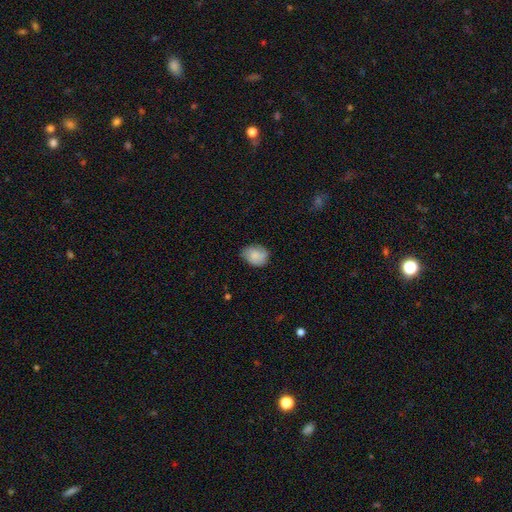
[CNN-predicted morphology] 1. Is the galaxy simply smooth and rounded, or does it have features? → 79% smooth, 14% featured or disk, 7% star or artifact.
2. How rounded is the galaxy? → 59% in between, 40% round, 1% cigar-shaped.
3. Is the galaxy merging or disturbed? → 66% none, 27% minor disturbance, 5% major disturbance, 1% merger.